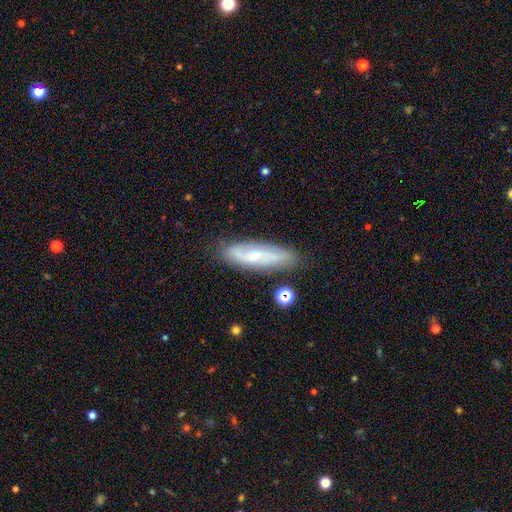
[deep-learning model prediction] Overall: featured or disk (55%; smooth 37%). Edge-on disk: no (69%; yes 31%). Merging: none (77%).